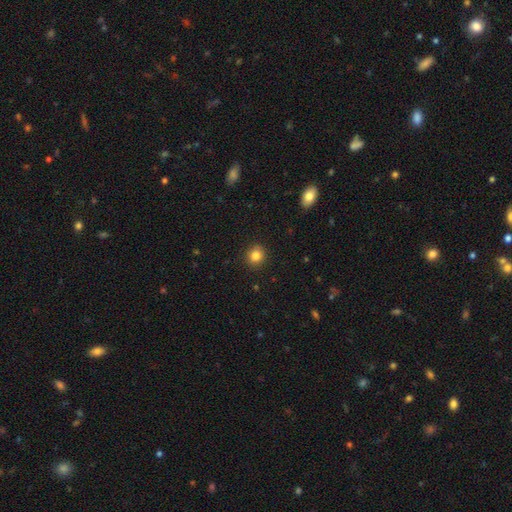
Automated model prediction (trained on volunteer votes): This appears to be a smooth galaxy with no disk features (84%) that is round (88%). Merging: none (92%).